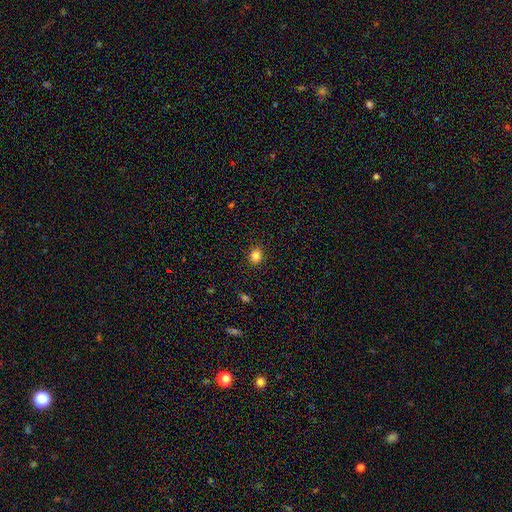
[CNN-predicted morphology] The model was most divided on "how rounded": round: 63%, in between: 36%, cigar-shaped: 1%. More confident: merging — none (90%); smooth or featured — smooth (84%).